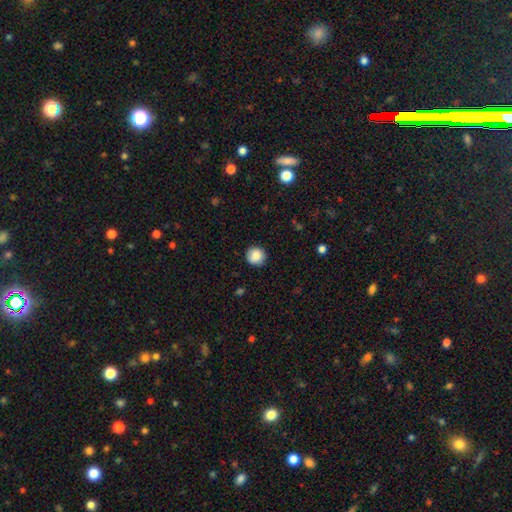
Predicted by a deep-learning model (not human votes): This is clearly a smooth galaxy (86%). How rounded: clearly round (94%). Merging: clearly none (89%).